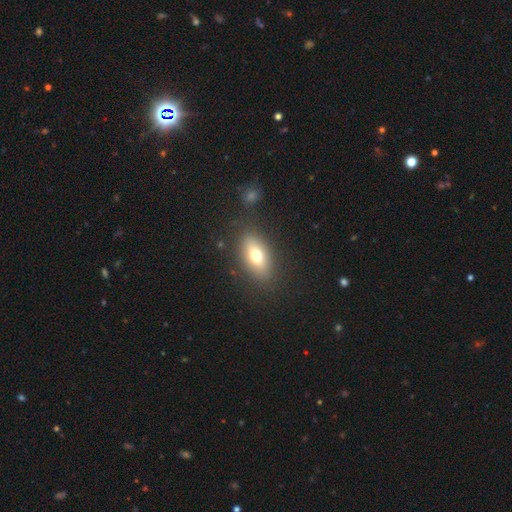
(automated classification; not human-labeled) smooth-or-featured: smooth: 70% | featured or disk: 21% | star or artifact: 9%
  how-rounded: in between: 83% | cigar-shaped: 9% | round: 7%
  merging: none: 83% | minor disturbance: 11% | major disturbance: 4% | merger: 3%